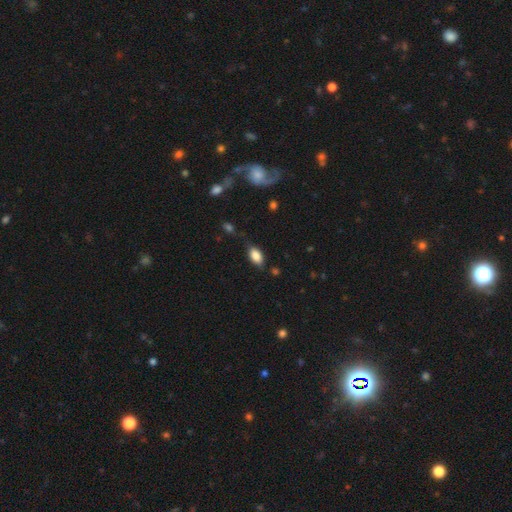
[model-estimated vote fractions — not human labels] Smooth or featured? smooth (85%)
How rounded? in between (91%)
Merging? none (72%)